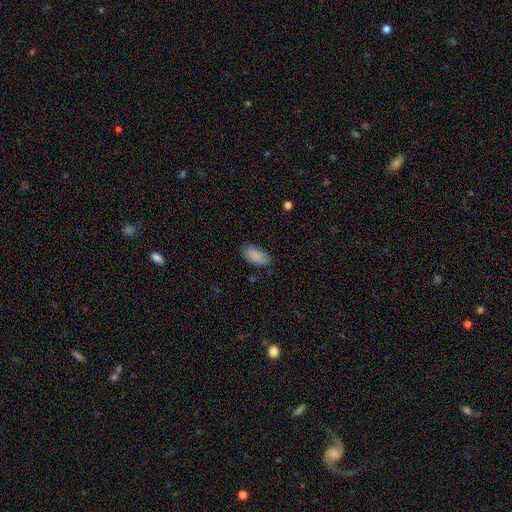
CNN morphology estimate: This is clearly a smooth galaxy (87%). How rounded: clearly in between (94%). Merging: likely none (77%).